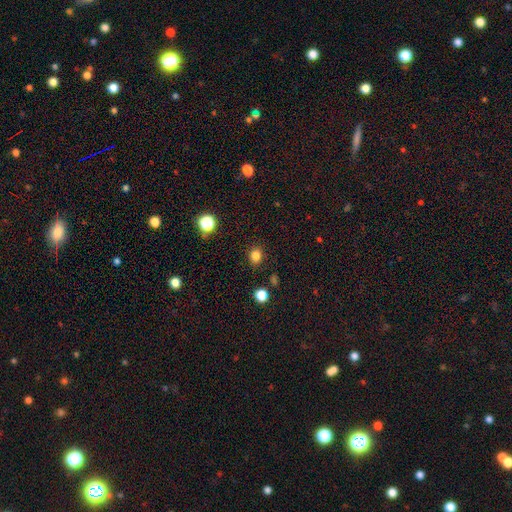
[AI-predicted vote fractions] This is clearly a smooth galaxy (82%). How rounded: likely round (65%). Merging: clearly none (88%).